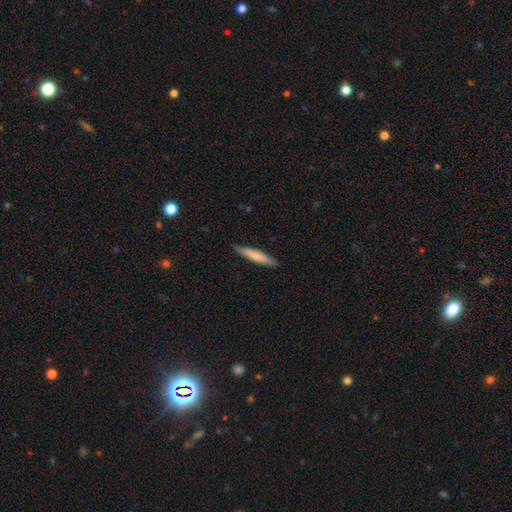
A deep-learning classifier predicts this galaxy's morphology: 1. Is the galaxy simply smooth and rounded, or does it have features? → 72% smooth, 23% featured or disk, 5% star or artifact.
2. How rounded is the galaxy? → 91% cigar-shaped, 8% in between, 1% round.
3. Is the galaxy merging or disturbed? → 87% none, 10% minor disturbance, 2% major disturbance, 1% merger.